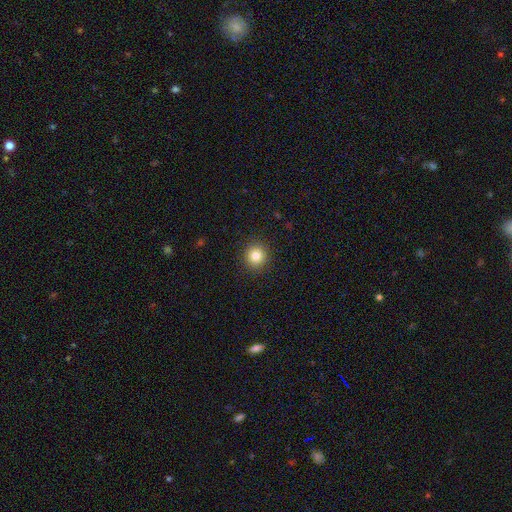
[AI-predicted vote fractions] smooth_or_featured: smooth (p=0.83) [alt: star or artifact p=0.11]
how_rounded: round (p=0.90) [alt: in between p=0.09]
merging: none (p=0.91) [alt: minor disturbance p=0.06]